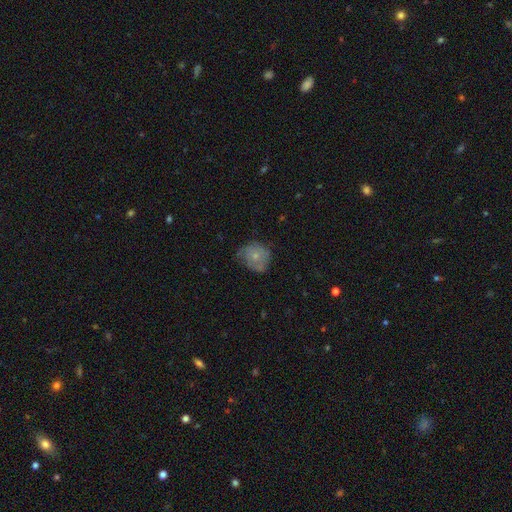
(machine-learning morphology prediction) A smooth galaxy with no disk features (54%) that is round (78%). Merging: none (56%).